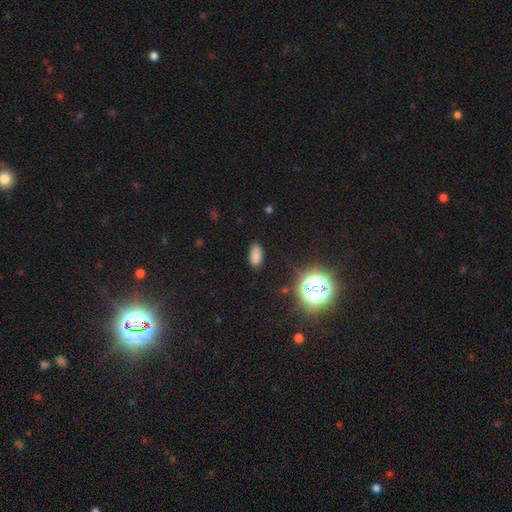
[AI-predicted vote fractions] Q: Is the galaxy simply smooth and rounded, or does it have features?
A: smooth — 74%.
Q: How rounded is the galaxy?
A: in between — 92%.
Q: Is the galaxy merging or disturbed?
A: none — 81%.